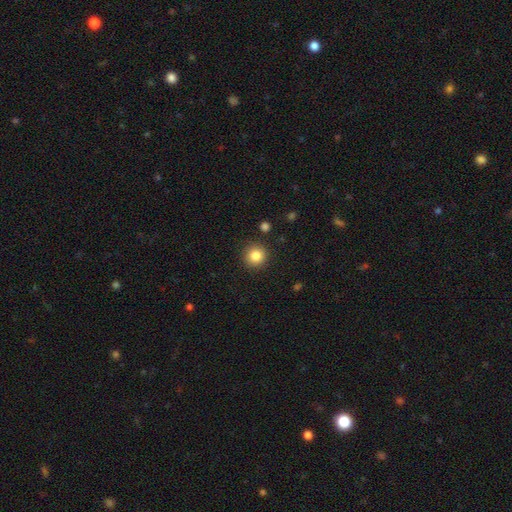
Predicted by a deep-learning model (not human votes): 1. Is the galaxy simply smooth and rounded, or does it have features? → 84% smooth, 10% star or artifact, 5% featured or disk.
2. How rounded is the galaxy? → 93% round, 6% in between, 1% cigar-shaped.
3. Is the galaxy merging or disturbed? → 90% none, 6% minor disturbance, 2% major disturbance, 2% merger.